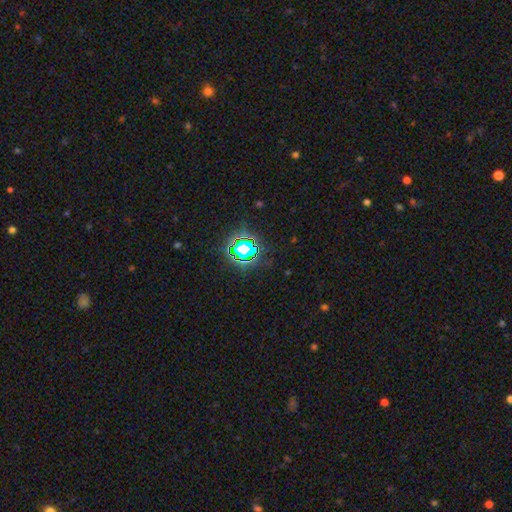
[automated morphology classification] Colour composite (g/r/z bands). It shows a star or artifact, not a galaxy (79%).